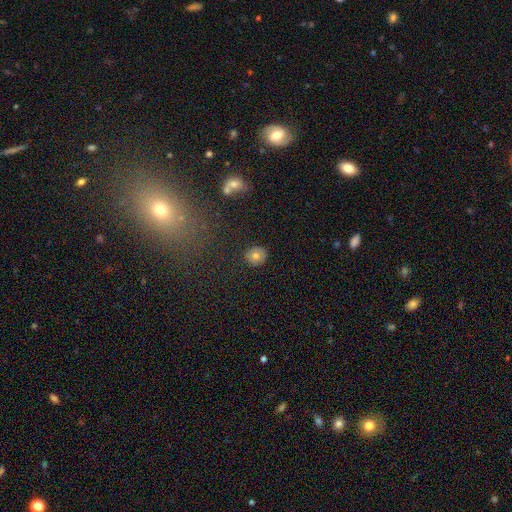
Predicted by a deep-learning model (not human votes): Smooth or featured?
  - smooth: 73% *
  - featured or disk: 16%
  - star or artifact: 11%
How rounded?
  - round: 88% *
  - in between: 11%
  - cigar-shaped: 1%
Merging?
  - none: 88% *
  - minor disturbance: 8%
  - major disturbance: 2%
  - merger: 2%